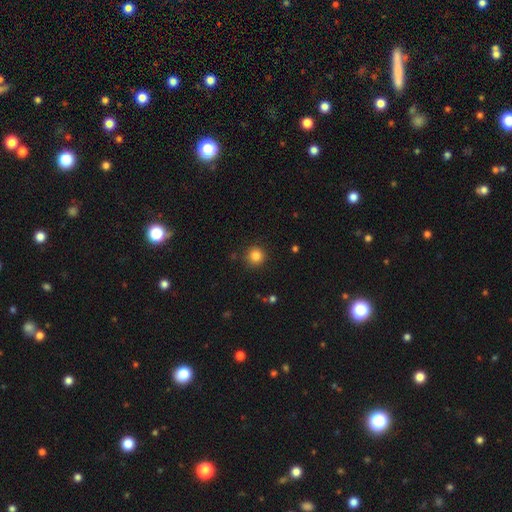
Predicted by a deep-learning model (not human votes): A smooth galaxy with no disk features (84%) that is round (94%).

Vote fractions:
- Smooth or featured? smooth: 84% / star or artifact: 12% / featured or disk: 4%
- How rounded? round: 94% / in between: 5% / cigar-shaped: 1%
- Merging? none: 88% / minor disturbance: 7% / major disturbance: 2% / merger: 2%